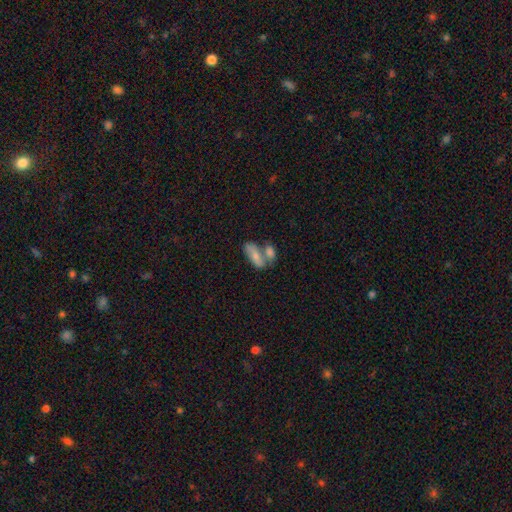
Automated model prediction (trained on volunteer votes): Smooth or featured?
  - smooth: 65% *
  - featured or disk: 27%
  - star or artifact: 7%
How rounded?
  - in between: 78% *
  - cigar-shaped: 18%
  - round: 4%
Merging?
  - merger: 56% *
  - none: 29%
  - minor disturbance: 10%
  - major disturbance: 5%